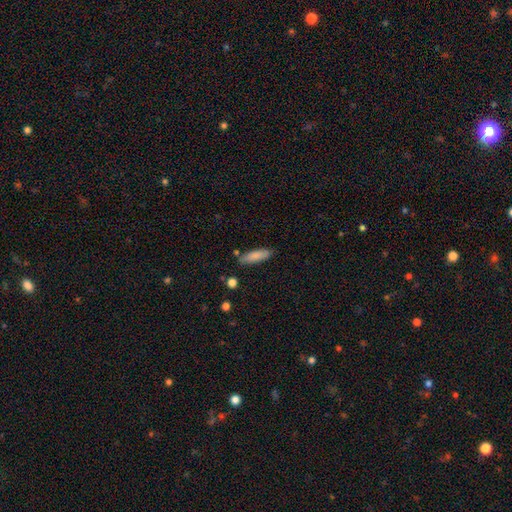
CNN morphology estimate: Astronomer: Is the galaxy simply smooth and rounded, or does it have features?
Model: smooth — 84%.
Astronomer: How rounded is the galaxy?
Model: cigar-shaped — 56% (runner-up: in between, 42%).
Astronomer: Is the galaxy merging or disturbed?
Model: none — 81%.